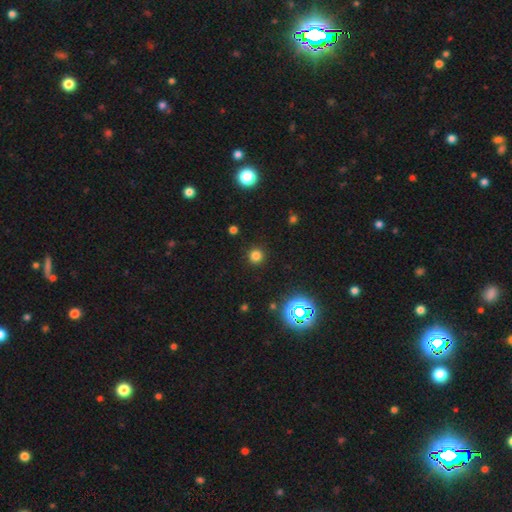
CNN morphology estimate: smooth_or_featured: smooth (p=0.76) [alt: star or artifact p=0.19]
how_rounded: round (p=0.95) [alt: in between p=0.04]
merging: none (p=0.91) [alt: minor disturbance p=0.05]